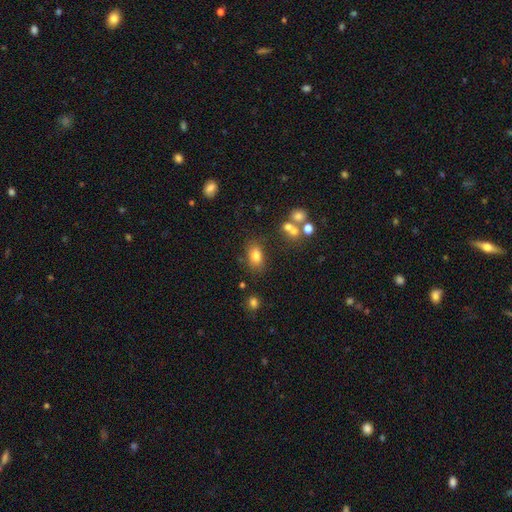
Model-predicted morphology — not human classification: This appears to be a smooth galaxy with no disk features (79%) that is in between round and cigar-shaped (84%). Merging: none (74%).